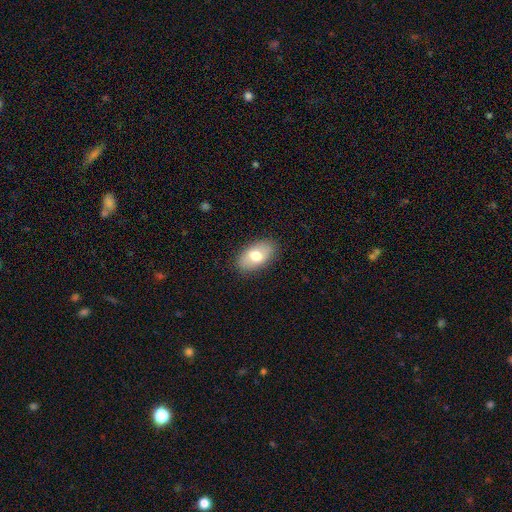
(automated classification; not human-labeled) Smooth or featured? Predicted: smooth (p=0.71). How rounded? Predicted: in between (p=0.92). Merging? Predicted: none (p=0.86).